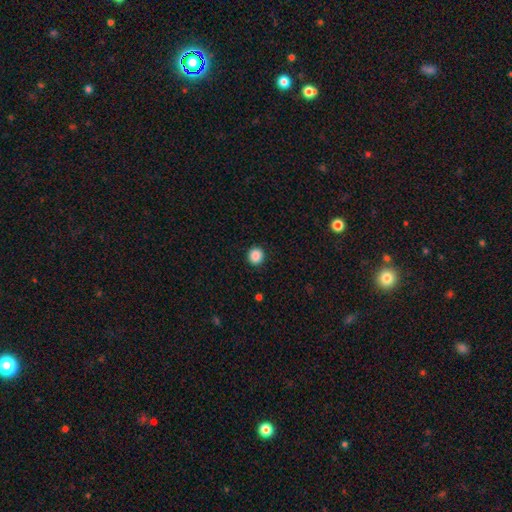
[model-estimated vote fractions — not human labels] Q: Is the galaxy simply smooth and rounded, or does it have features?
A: smooth — 88%.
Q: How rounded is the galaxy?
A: round — 91%.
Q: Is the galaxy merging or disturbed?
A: none — 92%.